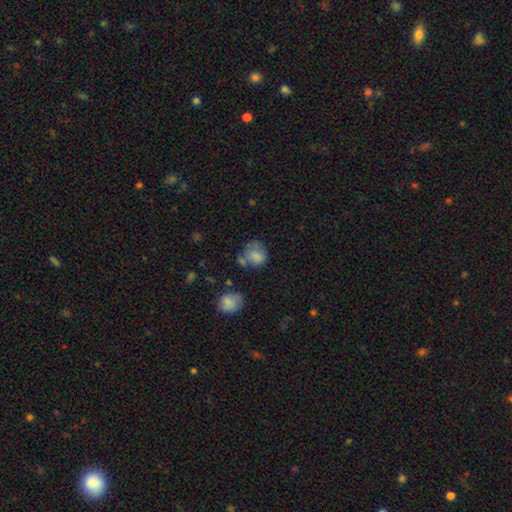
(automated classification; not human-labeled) This is likely a smooth galaxy (76%). How rounded: likely round (71%). Merging: possibly none (49%).